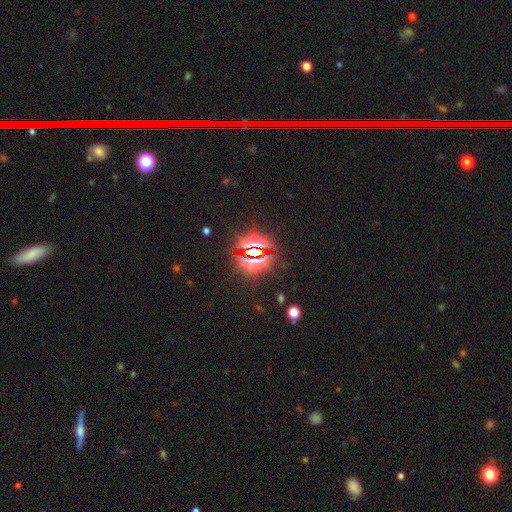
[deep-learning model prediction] The model was most divided on "smooth or featured": star or artifact: 79%, smooth: 12%, featured or disk: 8%.